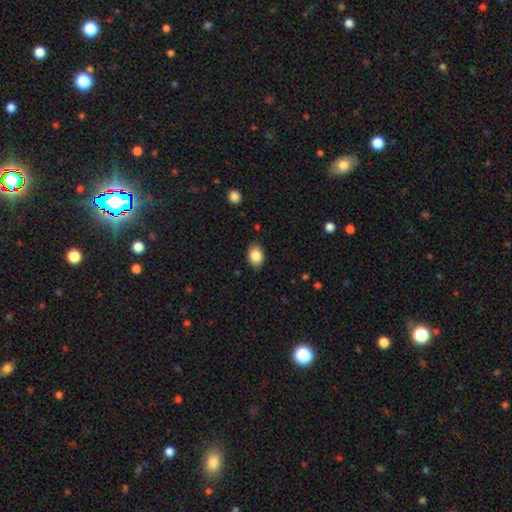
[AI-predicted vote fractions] Morphology: type=smooth (86%); roundness=in between (78%); merging=none (84%).